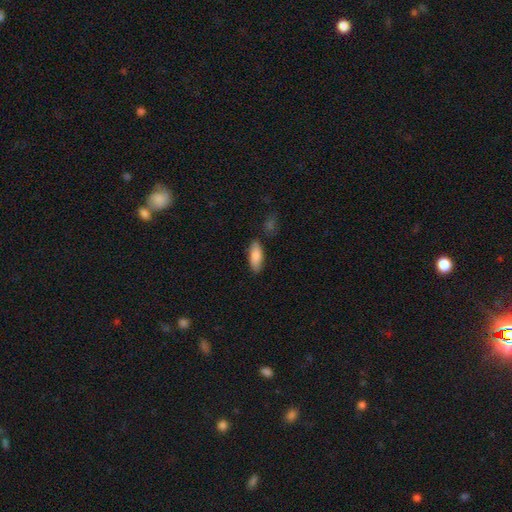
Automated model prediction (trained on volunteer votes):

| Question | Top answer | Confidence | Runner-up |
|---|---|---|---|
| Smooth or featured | smooth | 84% | featured or disk (10%) |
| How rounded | in between | 77% | cigar-shaped (21%) |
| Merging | none | 82% | minor disturbance (12%) |